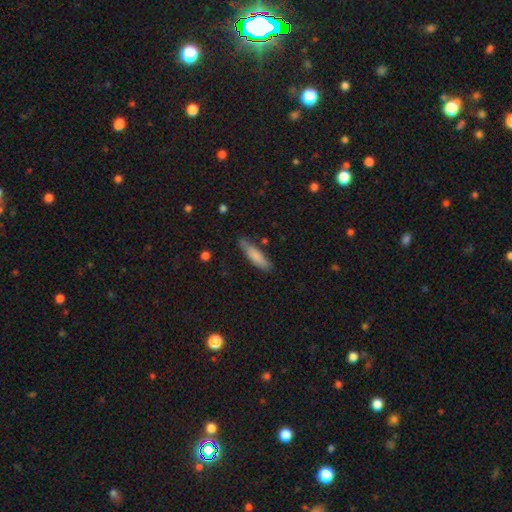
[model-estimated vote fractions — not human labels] A smooth galaxy with no disk features (79%) that is cigar-shaped (72%). Merging: none (74%).